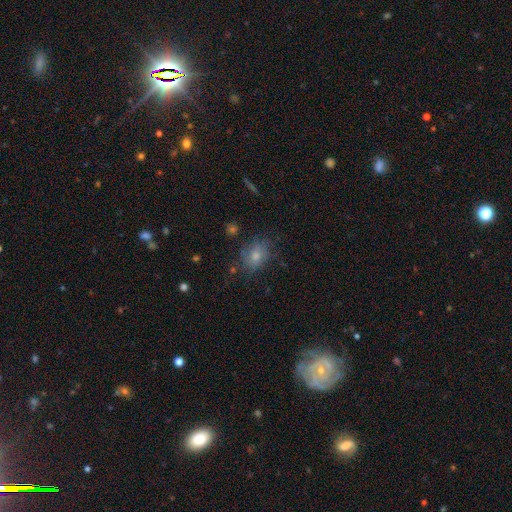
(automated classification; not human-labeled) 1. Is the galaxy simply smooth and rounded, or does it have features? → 69% smooth, 19% featured or disk, 12% star or artifact.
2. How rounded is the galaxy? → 57% in between, 42% round, 1% cigar-shaped.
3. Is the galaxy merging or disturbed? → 66% none, 22% minor disturbance, 9% major disturbance, 3% merger.